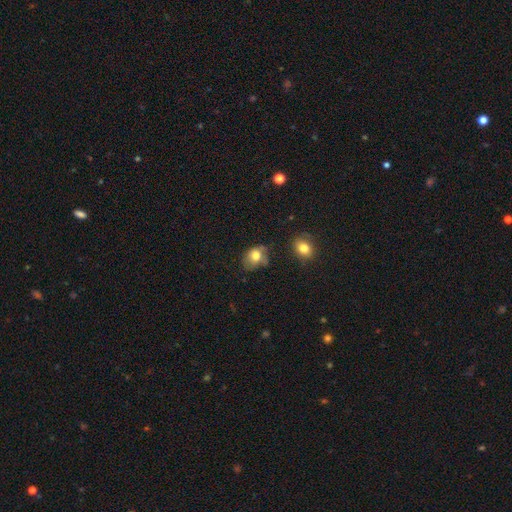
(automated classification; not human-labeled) The model was most divided on "merging": none: 42%, minor disturbance: 35%, major disturbance: 17%, merger: 7%. More confident: smooth or featured — smooth (74%); how rounded — in between (54%).